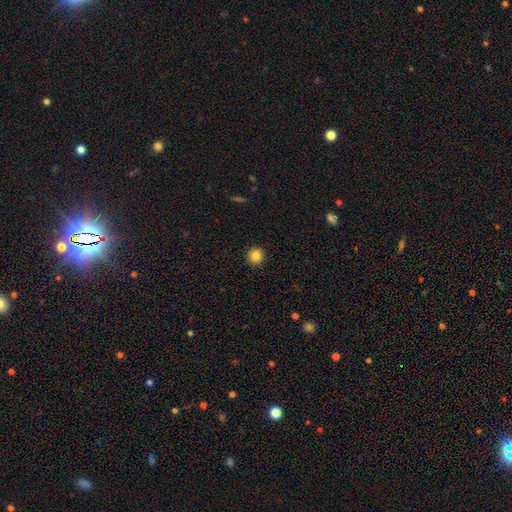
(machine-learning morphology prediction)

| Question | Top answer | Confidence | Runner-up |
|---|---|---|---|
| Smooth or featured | smooth | 83% | star or artifact (10%) |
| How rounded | round | 94% | in between (5%) |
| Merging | none | 92% | minor disturbance (5%) |